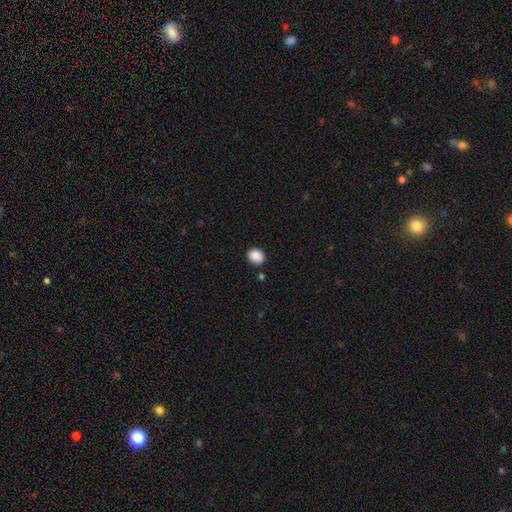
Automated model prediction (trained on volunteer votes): Smooth or featured: smooth — 88% (star or artifact — 9%)
How rounded: round — 66% (in between — 33%)
Merging: none — 87% (minor disturbance — 8%)